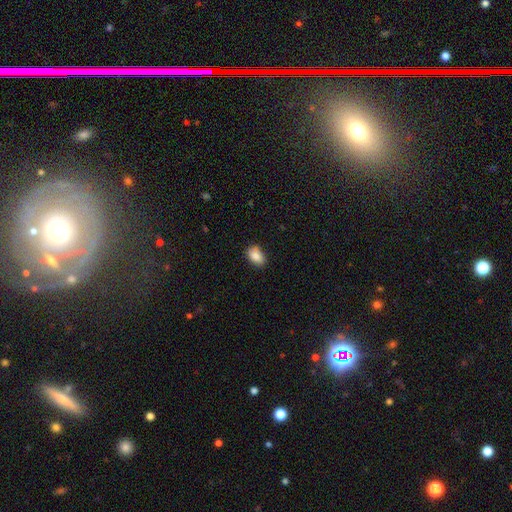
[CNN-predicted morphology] Smooth or featured? Predicted: smooth (p=0.87). How rounded? Predicted: in between (p=0.84). Merging? Predicted: none (p=0.76).